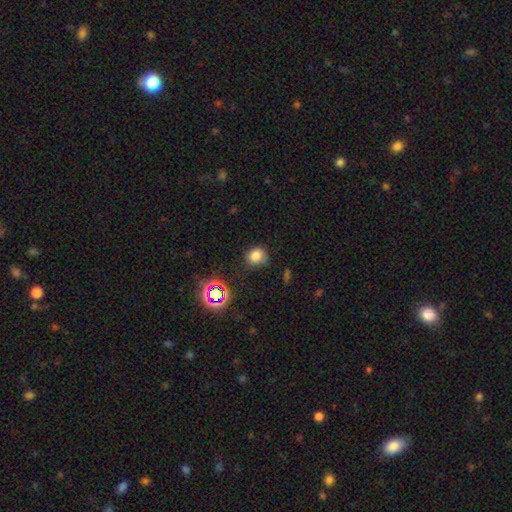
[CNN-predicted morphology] This appears to be a smooth galaxy with no disk features (77%) that is round (74%). Merging: none (70%).